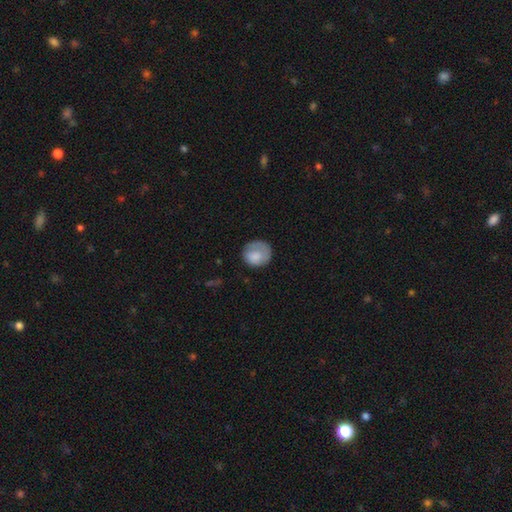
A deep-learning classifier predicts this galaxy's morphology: smooth-or-featured: smooth: 77% | featured or disk: 17% | star or artifact: 7%
  how-rounded: round: 78% | in between: 21% | cigar-shaped: 1%
  merging: none: 60% | minor disturbance: 24% | major disturbance: 14% | merger: 2%